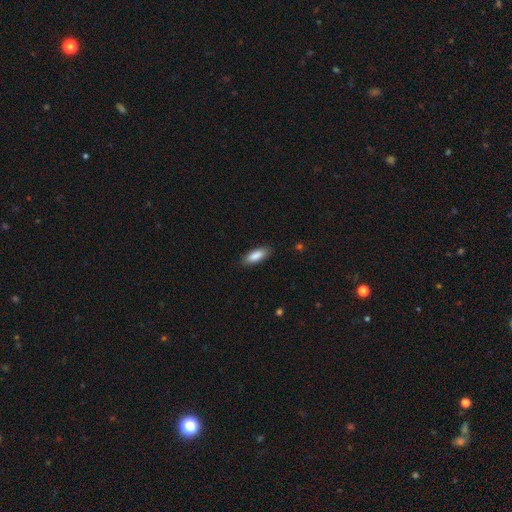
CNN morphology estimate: smooth-or-featured: smooth: 88% | featured or disk: 6% | star or artifact: 6%
  how-rounded: in between: 68% | cigar-shaped: 30% | round: 2%
  merging: none: 87% | minor disturbance: 10% | major disturbance: 2% | merger: 1%